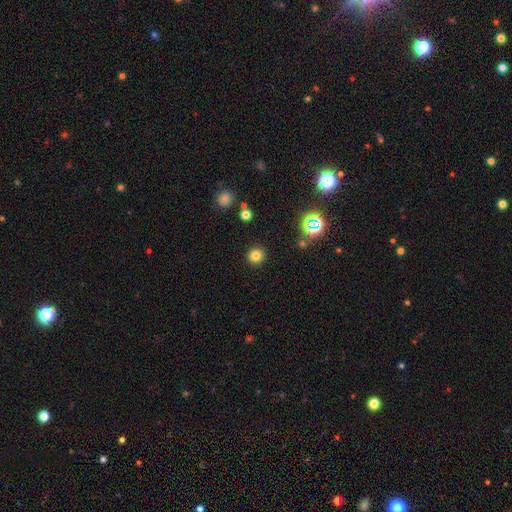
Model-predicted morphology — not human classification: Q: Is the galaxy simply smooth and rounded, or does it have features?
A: smooth — 79%.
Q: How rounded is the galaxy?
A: round — 94%.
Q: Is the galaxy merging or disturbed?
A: none — 91%.